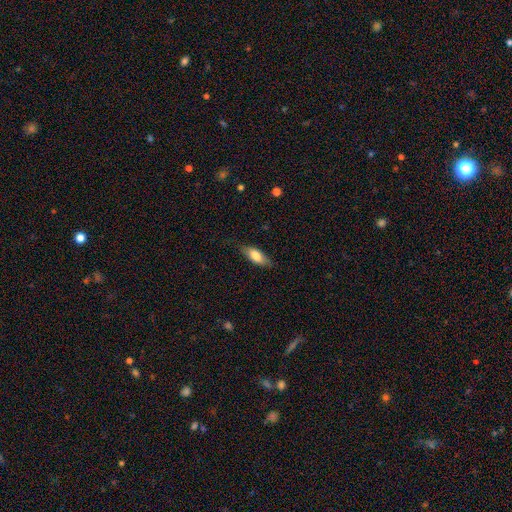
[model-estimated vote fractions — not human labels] Smooth or featured? Predicted: smooth (p=0.76). How rounded? Predicted: in between (p=0.73). Merging? Predicted: none (p=0.78).